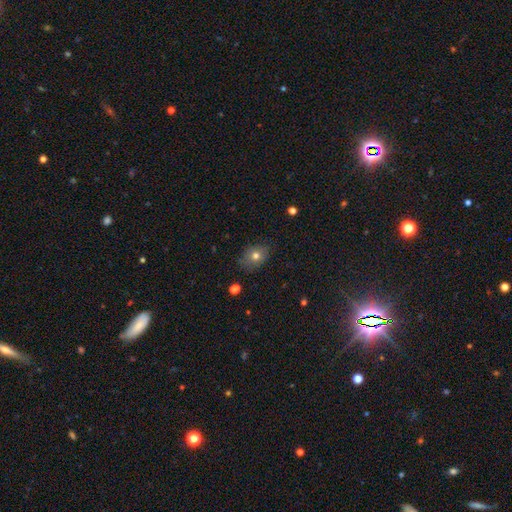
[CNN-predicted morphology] This appears to be a smooth galaxy with no disk features (75%) that is in between round and cigar-shaped (61%). Merging: none (79%).